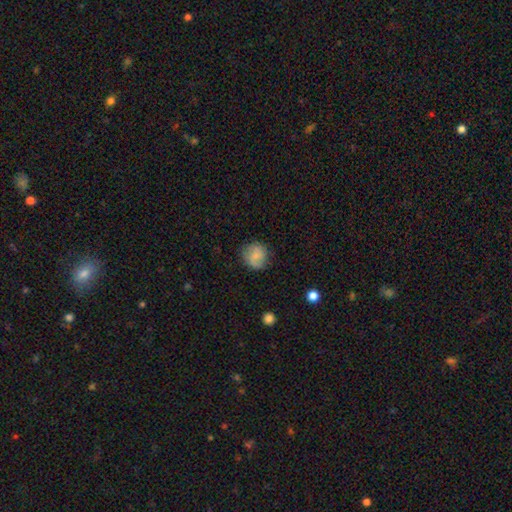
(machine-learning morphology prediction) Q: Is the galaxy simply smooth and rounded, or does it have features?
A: smooth — 65%.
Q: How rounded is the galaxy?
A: round — 85%.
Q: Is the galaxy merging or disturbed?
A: none — 78%.